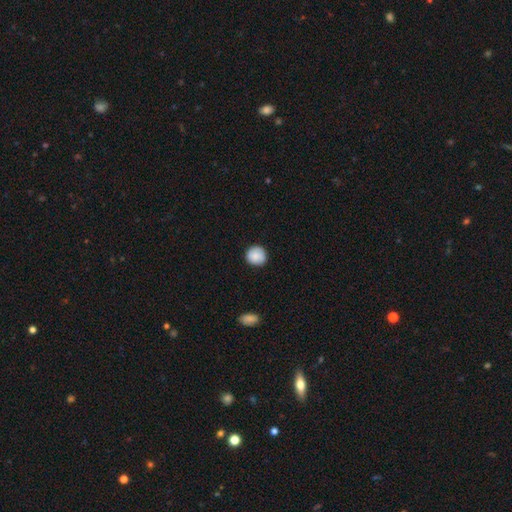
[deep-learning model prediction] Smooth or featured? smooth (85%)
How rounded? round (92%)
Merging? none (86%)